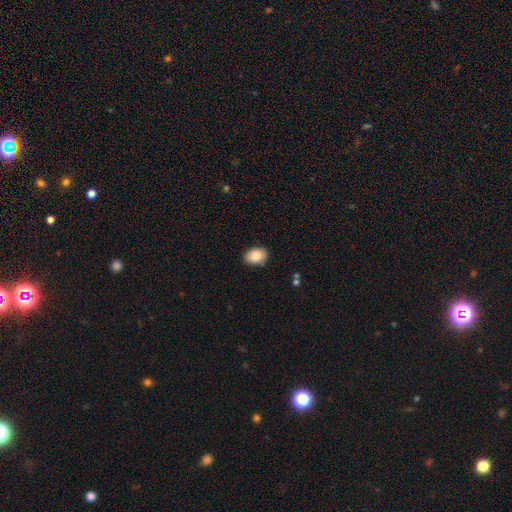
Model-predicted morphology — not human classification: A smooth galaxy with no disk features (82%) that is in between round and cigar-shaped (75%).

Vote fractions:
- Smooth or featured? smooth: 82% / featured or disk: 10% / star or artifact: 8%
- How rounded? in between: 75% / round: 24% / cigar-shaped: 1%
- Merging? none: 87% / minor disturbance: 9% / major disturbance: 2% / merger: 1%